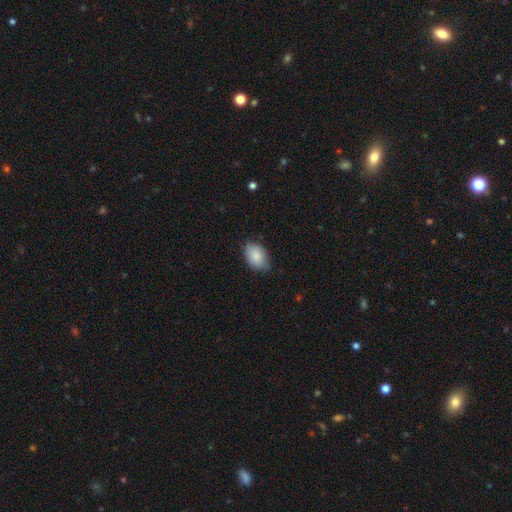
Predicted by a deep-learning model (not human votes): smooth 87%, star or artifact 6%, featured or disk 6%. Down the decision tree: how rounded — in between (86%); merging — none (74%).